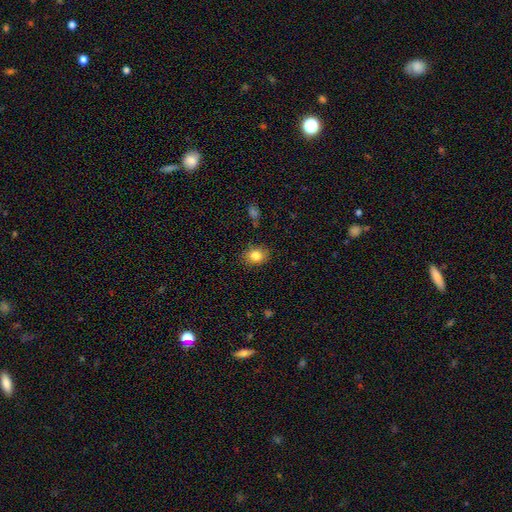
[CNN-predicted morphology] smooth-or-featured: smooth: 83% | star or artifact: 10% | featured or disk: 7%
  how-rounded: in between: 53% | round: 46% | cigar-shaped: 1%
  merging: none: 86% | minor disturbance: 11% | major disturbance: 3% | merger: 1%